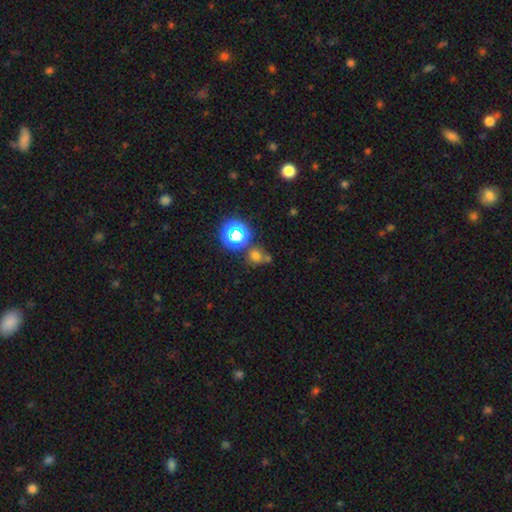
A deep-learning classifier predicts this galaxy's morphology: Smooth or featured? Predicted: smooth (p=0.61). How rounded? Predicted: round (p=0.80). Merging? Predicted: none (p=0.59).